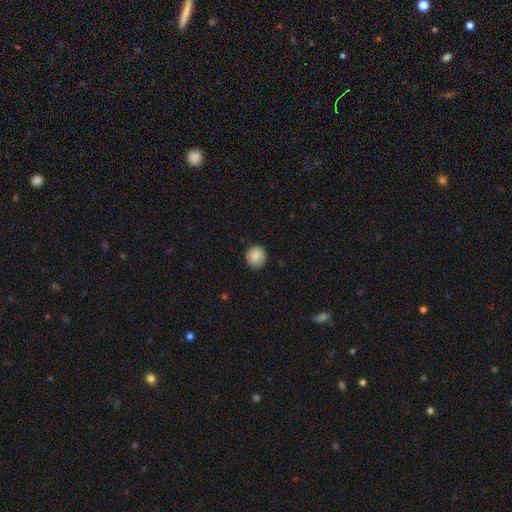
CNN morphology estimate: A smooth galaxy with no disk features (87%) that is round (85%).

Vote fractions:
- Smooth or featured? smooth: 87% / star or artifact: 8% / featured or disk: 5%
- How rounded? round: 85% / in between: 14% / cigar-shaped: 1%
- Merging? none: 85% / minor disturbance: 12% / major disturbance: 2% / merger: 1%